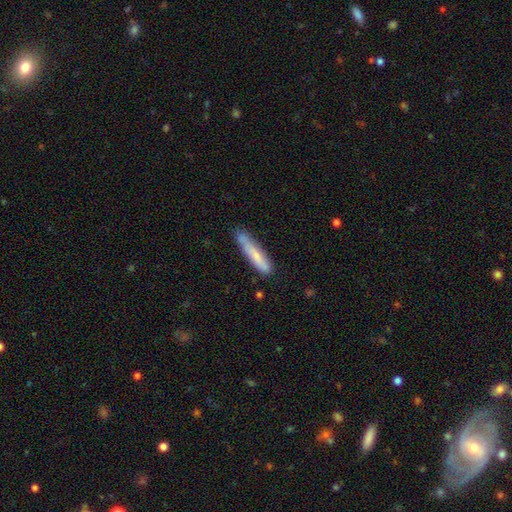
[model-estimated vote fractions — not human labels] A smooth galaxy with no disk features (71%) that is cigar-shaped (90%). Merging: none (69%).